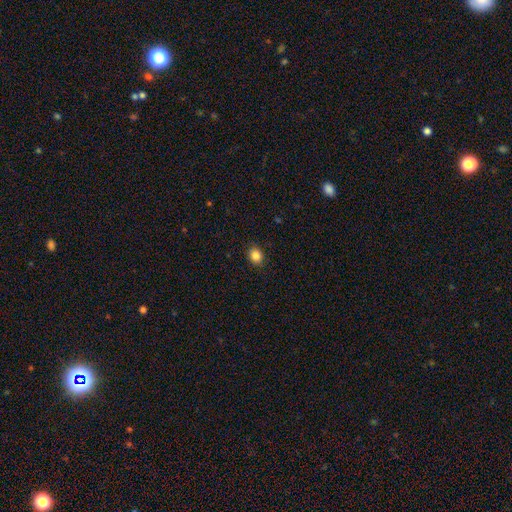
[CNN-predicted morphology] Overall: smooth (86%). How rounded: round (58%; in between 41%). Merging: none (89%).